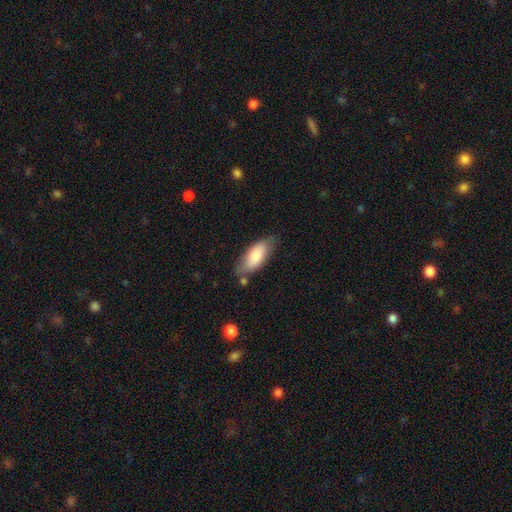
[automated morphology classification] Smooth or featured? smooth (81%)
How rounded? in between (81%)
Merging? none (68%)